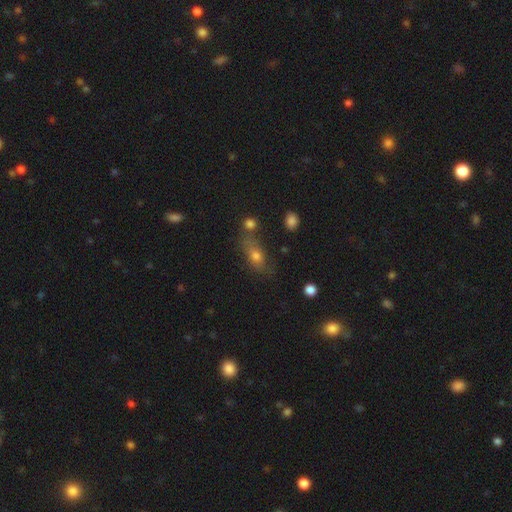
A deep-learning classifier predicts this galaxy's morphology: type=smooth (66%); roundness=in between (67%); merging=none (60%).